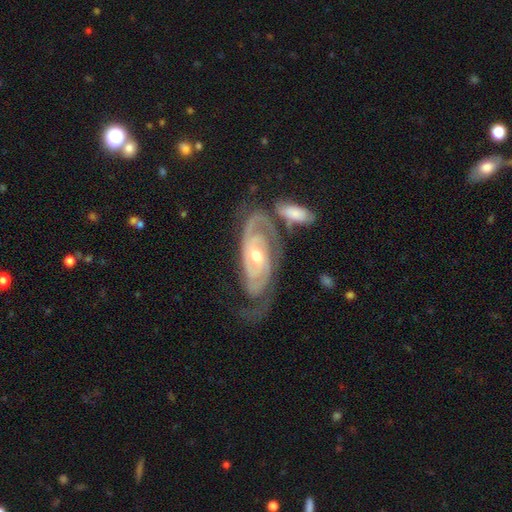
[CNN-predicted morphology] type=featured or disk (91%); edge-on=no (95%); bar=no (64%); spiral arms=yes (98%); winding=tight (72%); arm count=2 (71%); bulge=moderate (59%); merging=none (56%).